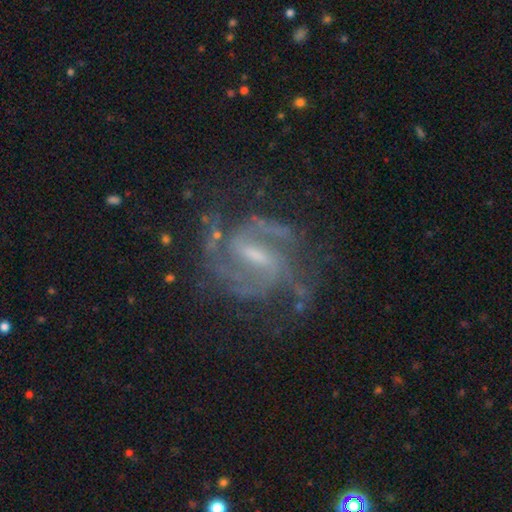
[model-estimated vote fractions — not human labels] This is clearly a featured or disk galaxy (89%). It is clearly not viewed edge-on (97%). Bar: possibly weak (50%). Spiral arm pattern: clearly yes (97%). Spiral arm count: likely 2 (63%). Spiral winding: possibly medium (54%). Central bulge: possibly small (49%). Merging: likely none (67%).